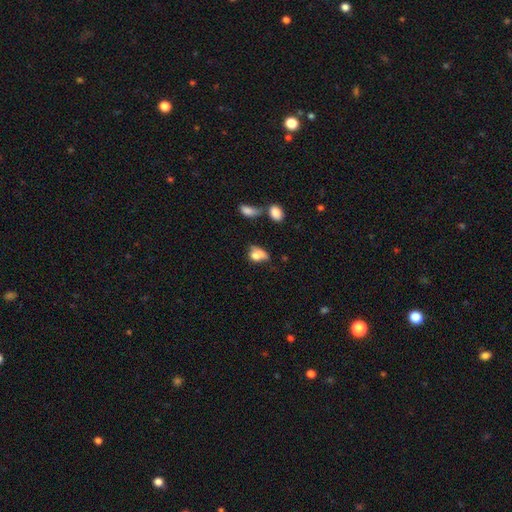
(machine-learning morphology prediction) The model was most divided on "merging": merger: 29%, none: 25%, minor disturbance: 25%, major disturbance: 21%. More confident: how rounded — in between (69%); smooth or featured — smooth (68%).